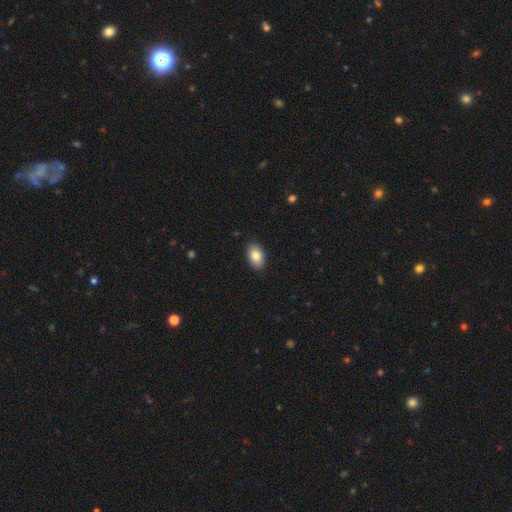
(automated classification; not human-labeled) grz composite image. It shows a smooth galaxy with no disk features (84%) that is in between round and cigar-shaped (92%). Merging: none (88%).